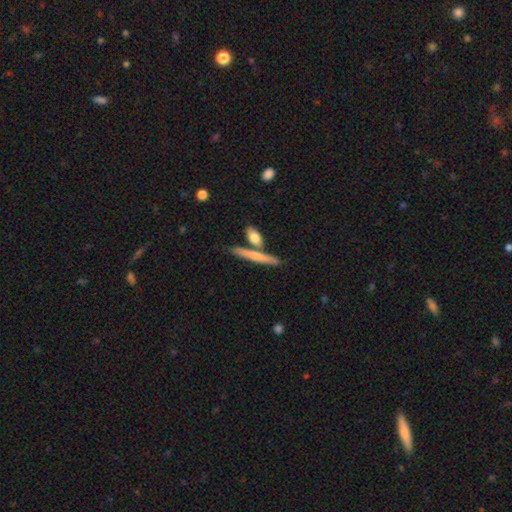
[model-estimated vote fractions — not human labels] This is likely a smooth galaxy (61%). How rounded: clearly cigar-shaped (86%). Merging: likely none (71%).